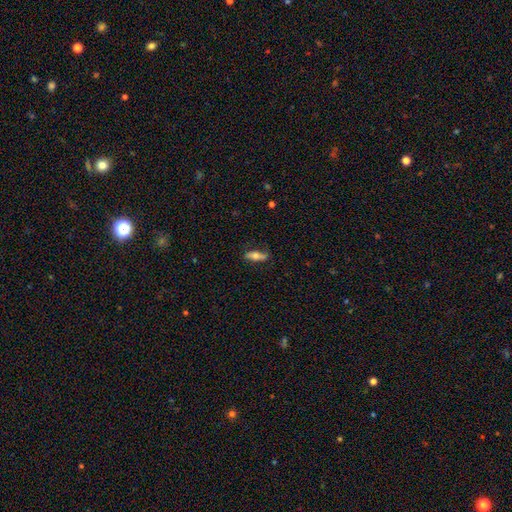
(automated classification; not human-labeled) The model was most divided on "how rounded": in between: 52%, cigar-shaped: 45%, round: 3%. More confident: merging — none (80%); smooth or featured — smooth (59%).